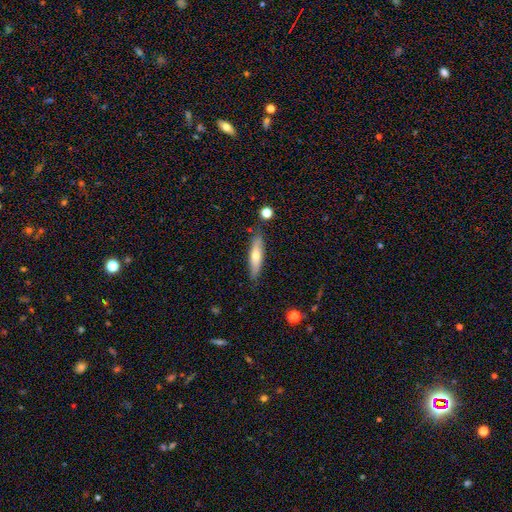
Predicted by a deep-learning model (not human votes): Smooth or featured? smooth (57%)
How rounded? cigar-shaped (70%)
Merging? none (80%)